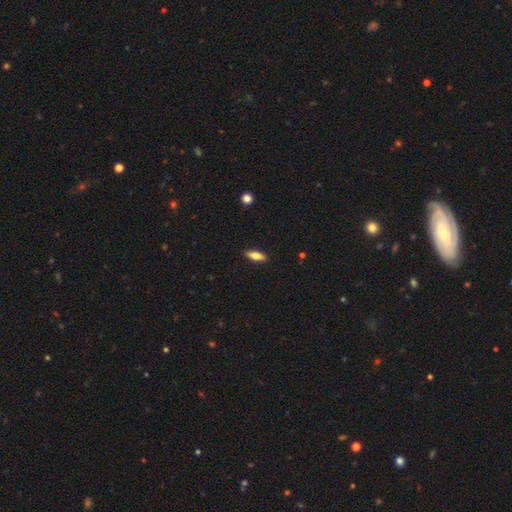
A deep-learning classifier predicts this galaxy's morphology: Smooth or featured? smooth (67%)
How rounded? in between (63%)
Merging? none (90%)